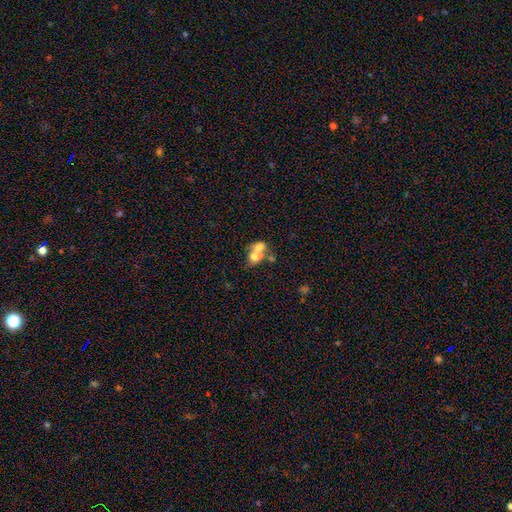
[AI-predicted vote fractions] smooth 60%, featured or disk 28%, star or artifact 12%. Down the decision tree: how rounded — in between (63%); merging — merger (68%).